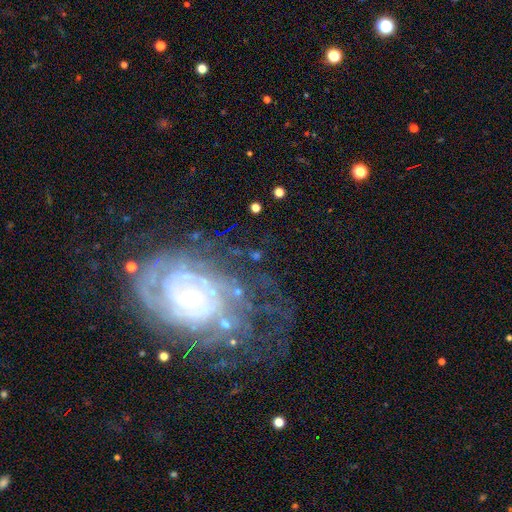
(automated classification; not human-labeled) smooth_or_featured: featured or disk (p=0.78) [alt: star or artifact p=0.12]
disk_edge_on: no (p=0.96) [alt: yes p=0.04]
bar: no (p=0.65) [alt: weak p=0.23]
has_spiral_arms: yes (p=0.91) [alt: no p=0.09]
spiral_winding: tight (p=0.68) [alt: medium p=0.24]
spiral_arm_count: can't tell (p=0.34) [alt: 2 p=0.21]
bulge_size: small (p=0.71) [alt: moderate p=0.22]
merging: none (p=0.61) [alt: minor disturbance p=0.18]